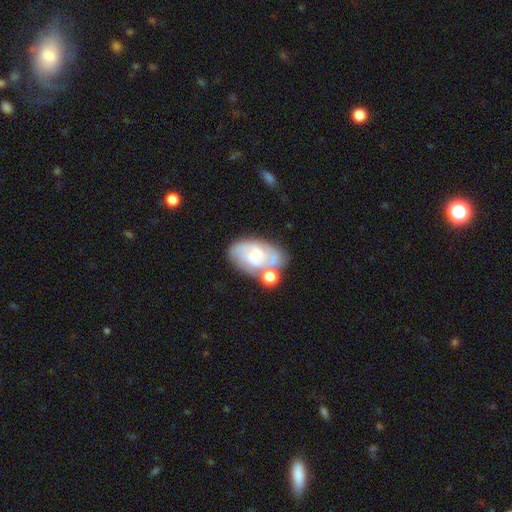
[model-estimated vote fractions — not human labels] Overall: featured or disk (72%). Edge-on disk: no (97%). Bar: no (52%; weak 39%). Spiral arms: yes (91%). Spiral arm count: 2 (54%; can't tell 22%). Spiral winding: tight (47%; medium 41%). Bulge size: small (54%; moderate 24%). Merging: none (55%; minor disturbance 19%).